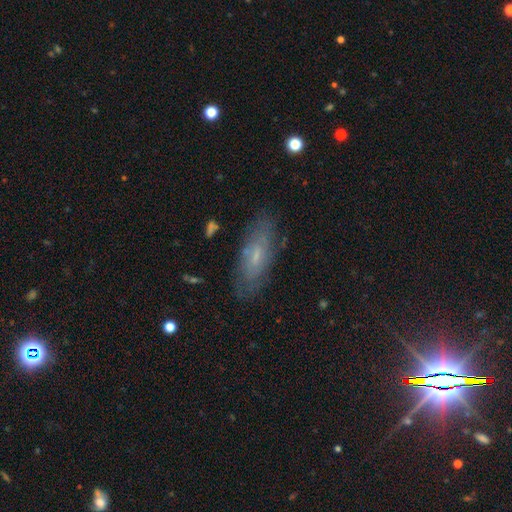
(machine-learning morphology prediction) featured or disk 47%, smooth 42%, star or artifact 11%. Down the decision tree: merging — none (80%).